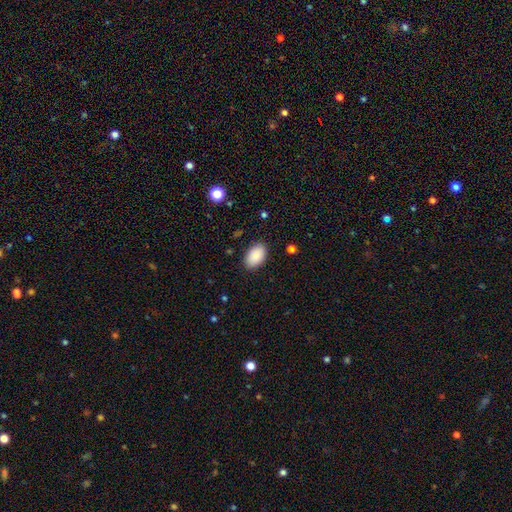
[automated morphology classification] The model was most divided on "merging": none: 87%, minor disturbance: 9%, major disturbance: 2%, merger: 1%. More confident: how rounded — in between (93%); smooth or featured — smooth (90%).